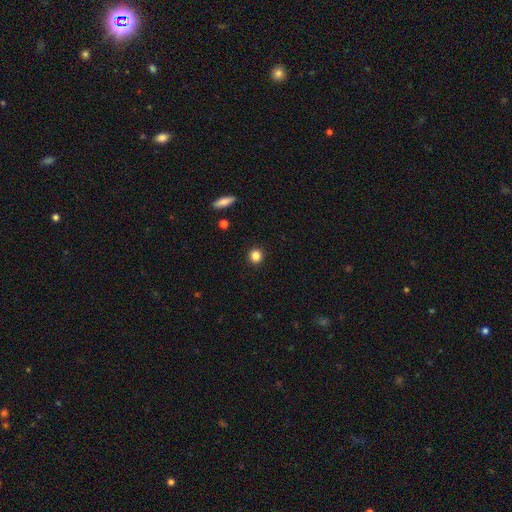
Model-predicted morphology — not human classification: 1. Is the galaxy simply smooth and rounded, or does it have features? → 85% smooth, 11% star or artifact, 4% featured or disk.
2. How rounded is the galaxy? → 93% round, 6% in between, 1% cigar-shaped.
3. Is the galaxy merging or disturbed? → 92% none, 5% minor disturbance, 2% major disturbance, 1% merger.